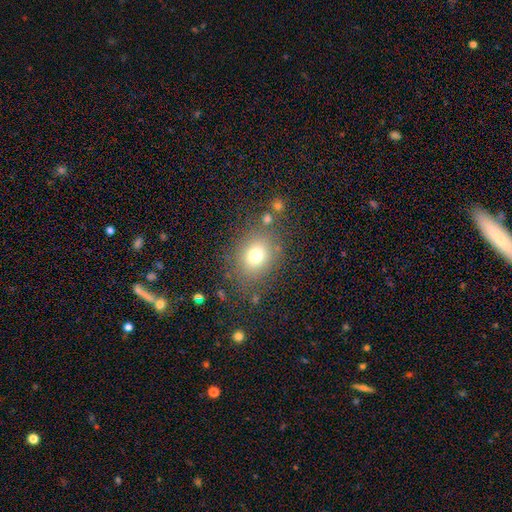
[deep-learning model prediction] smooth-or-featured: smooth: 74% | star or artifact: 15% | featured or disk: 11%
  how-rounded: round: 64% | in between: 35% | cigar-shaped: 1%
  merging: none: 77% | minor disturbance: 12% | major disturbance: 6% | merger: 4%